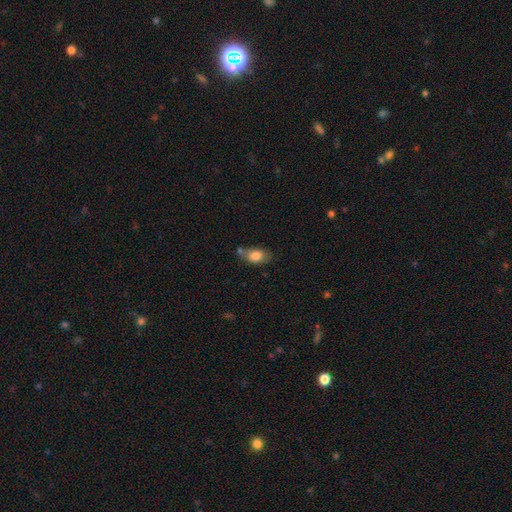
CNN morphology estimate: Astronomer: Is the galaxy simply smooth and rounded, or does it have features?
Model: smooth — 80%.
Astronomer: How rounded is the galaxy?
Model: in between — 85%.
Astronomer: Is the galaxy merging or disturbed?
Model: none — 55%.